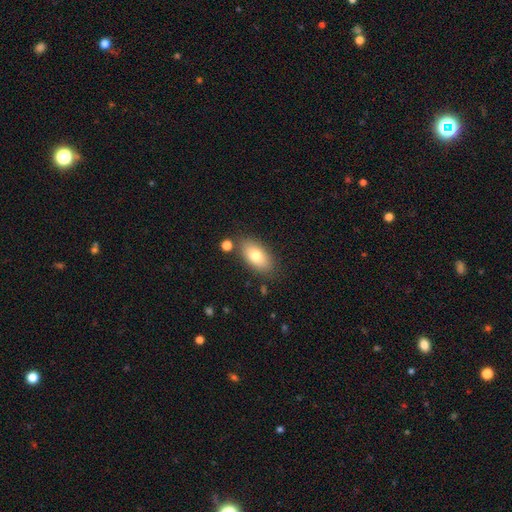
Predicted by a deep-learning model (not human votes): smooth_or_featured: smooth (p=0.77) [alt: featured or disk p=0.16]
how_rounded: in between (p=0.91) [alt: cigar-shaped p=0.05]
merging: none (p=0.80) [alt: minor disturbance p=0.12]